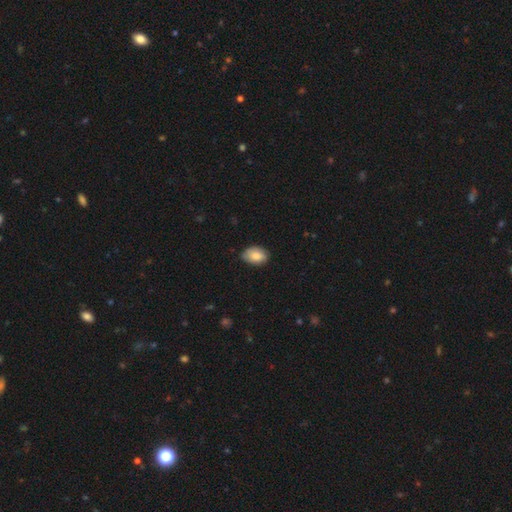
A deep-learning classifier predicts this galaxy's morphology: smooth-or-featured: smooth: 84% | featured or disk: 10% | star or artifact: 7%
  how-rounded: in between: 88% | round: 10% | cigar-shaped: 1%
  merging: none: 73% | minor disturbance: 22% | major disturbance: 3% | merger: 1%